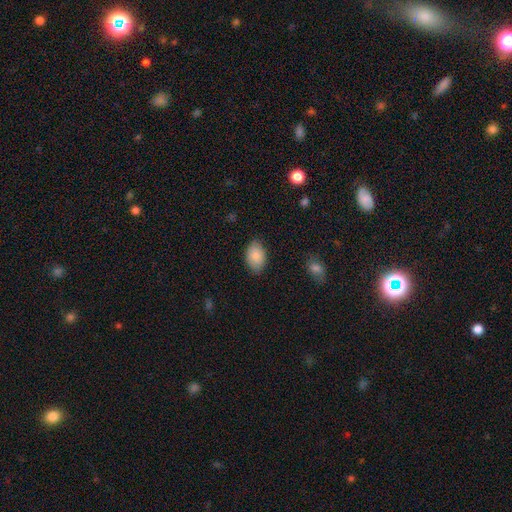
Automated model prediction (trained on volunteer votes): The model was most divided on "merging": none: 81%, minor disturbance: 15%, major disturbance: 3%, merger: 1%. More confident: how rounded — in between (88%); smooth or featured — smooth (87%).